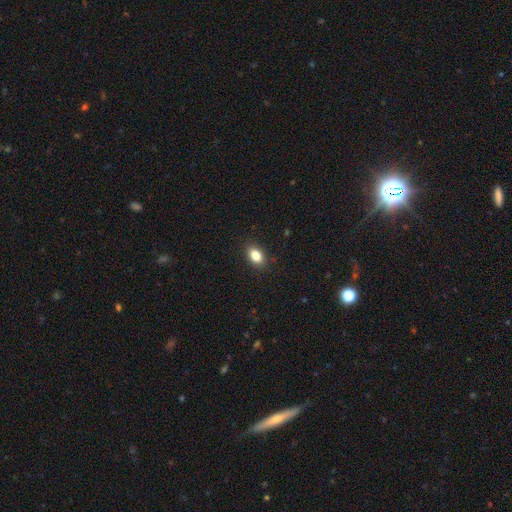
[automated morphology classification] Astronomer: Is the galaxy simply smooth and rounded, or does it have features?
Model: smooth — 85%.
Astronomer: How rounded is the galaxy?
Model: in between — 84%.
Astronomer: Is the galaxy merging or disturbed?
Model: none — 88%.